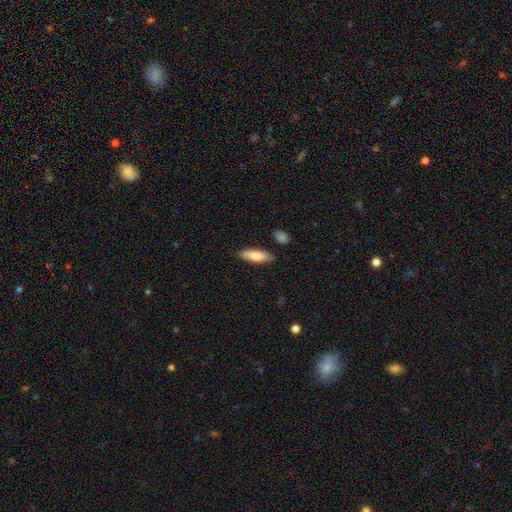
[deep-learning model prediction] Smooth or featured? smooth (83%)
How rounded? in between (55%)
Merging? none (84%)